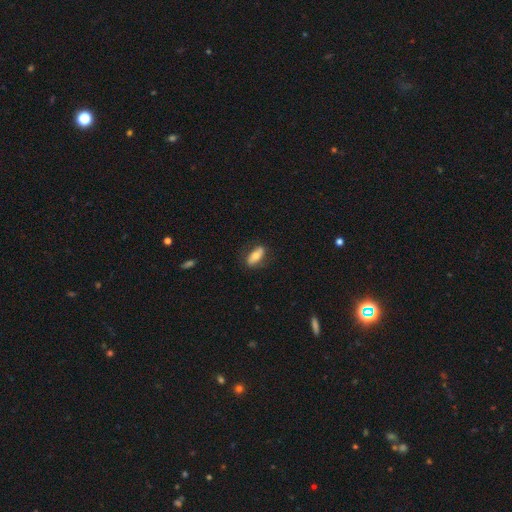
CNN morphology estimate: Overall: smooth (69%). How rounded: in between (77%). Merging: none (77%).